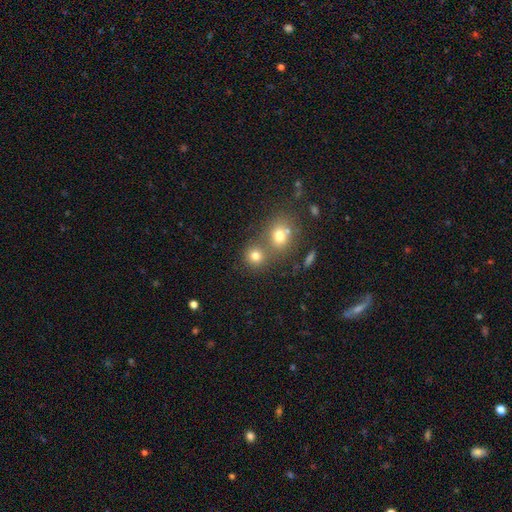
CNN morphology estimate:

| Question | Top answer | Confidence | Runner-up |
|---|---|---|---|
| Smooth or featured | smooth | 75% | star or artifact (15%) |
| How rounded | round | 84% | in between (15%) |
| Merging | none | 54% | merger (36%) |